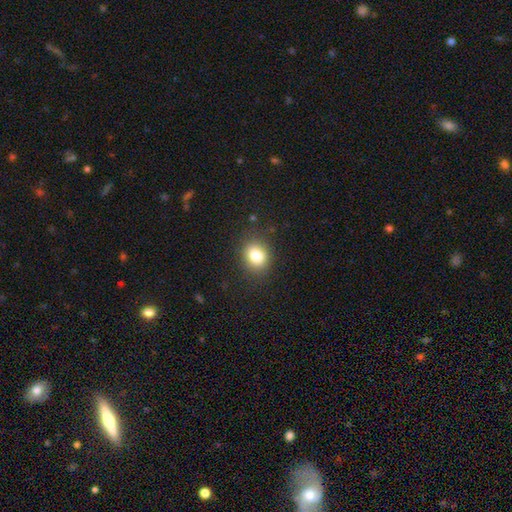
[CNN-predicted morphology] Smooth or featured?
  - smooth: 82% *
  - star or artifact: 11%
  - featured or disk: 7%
How rounded?
  - round: 58% *
  - in between: 42%
  - cigar-shaped: 1%
Merging?
  - none: 85% *
  - minor disturbance: 10%
  - major disturbance: 3%
  - merger: 1%